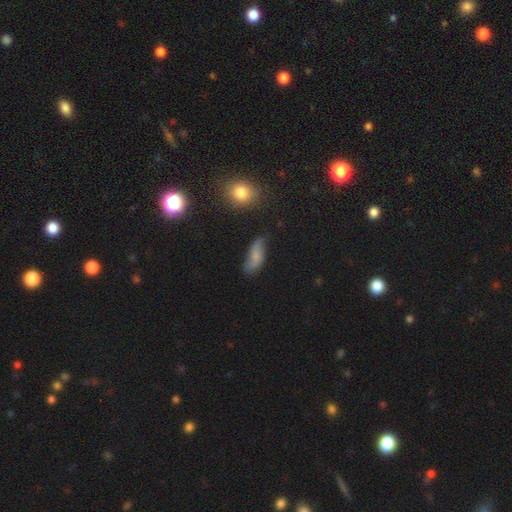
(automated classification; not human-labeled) This appears to be a smooth galaxy with no disk features (50%) that is in between round and cigar-shaped (76%). Merging: none (55%).